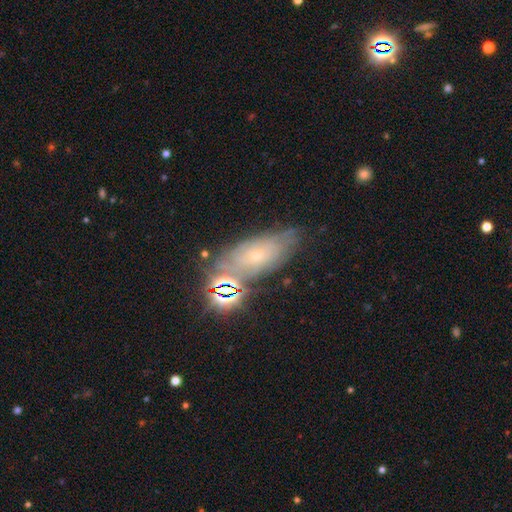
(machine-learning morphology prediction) Smooth or featured? featured or disk (50%)
Merging? none (62%)